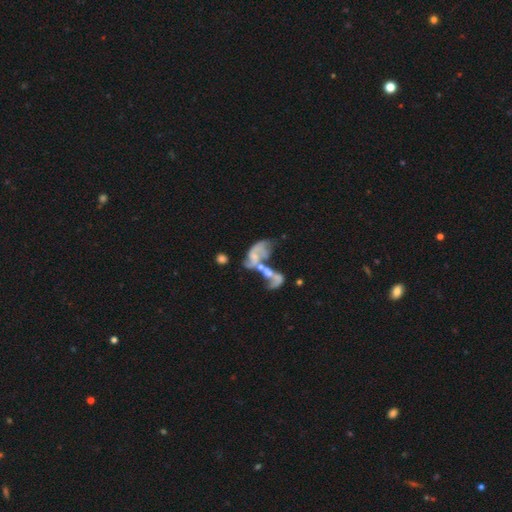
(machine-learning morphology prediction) smooth-or-featured: featured or disk: 68% | smooth: 22% | star or artifact: 11%
  disk-edge-on: no: 97% | yes: 3%
    bar: no: 70% | weak: 23% | strong: 7%
    has-spiral-arms: yes: 59% | no: 41%
    bulge-size: none: 45% | small: 31% | moderate: 19% | large: 3% | dominant: 1%
  merging: merger: 62% | major disturbance: 21% | none: 10% | minor disturbance: 7%